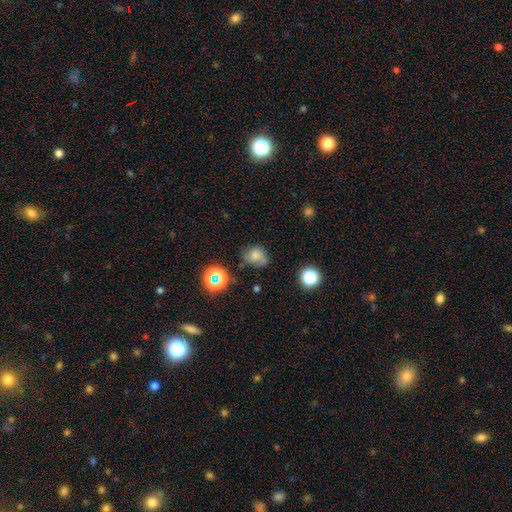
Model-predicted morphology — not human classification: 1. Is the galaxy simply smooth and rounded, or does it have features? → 56% smooth, 26% featured or disk, 18% star or artifact.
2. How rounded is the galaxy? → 53% round, 46% in between, 1% cigar-shaped.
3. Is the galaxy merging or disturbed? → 52% none, 29% minor disturbance, 14% major disturbance, 5% merger.